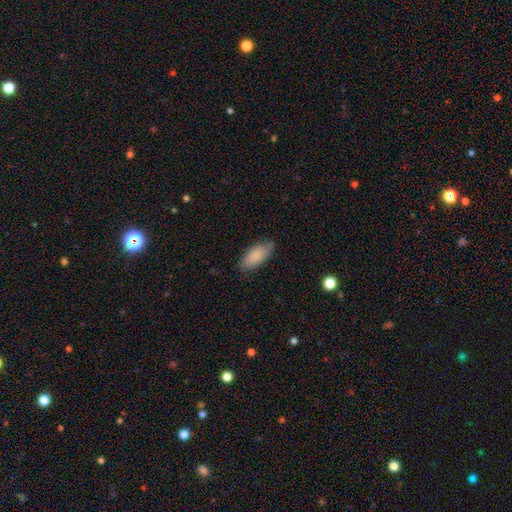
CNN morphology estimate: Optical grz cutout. It shows a smooth galaxy with no disk features (86%) that is in between round and cigar-shaped (85%). Merging: none (83%).